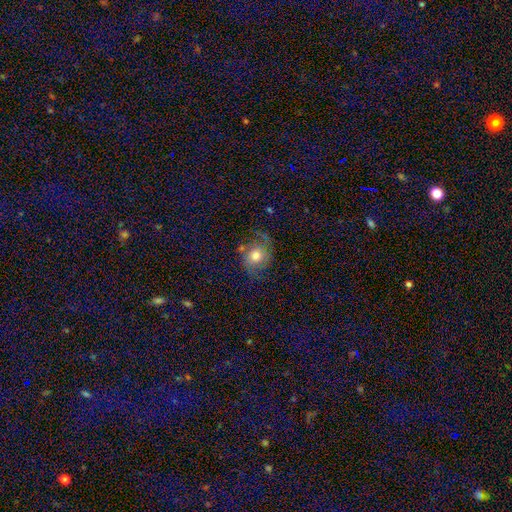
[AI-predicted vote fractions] smooth_or_featured: smooth (p=0.51) [alt: featured or disk p=0.39]
how_rounded: round (p=0.73) [alt: in between p=0.26]
merging: none (p=0.60) [alt: minor disturbance p=0.23]